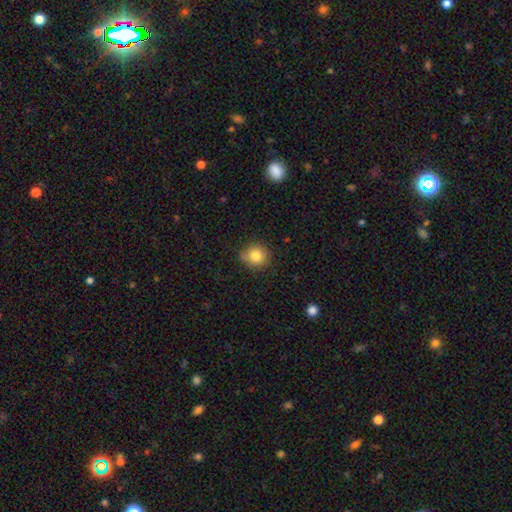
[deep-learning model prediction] Overall: smooth (82%). How rounded: round (87%). Merging: none (79%).